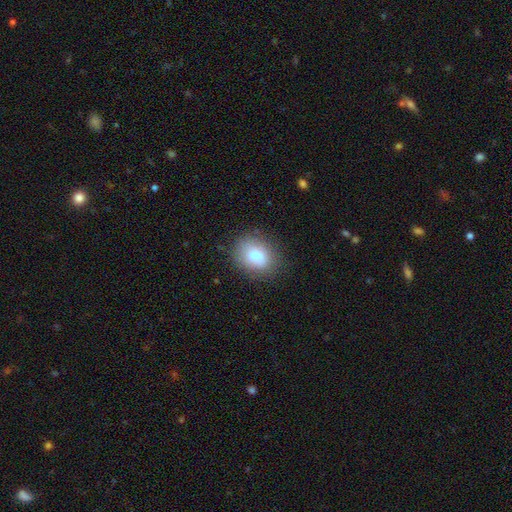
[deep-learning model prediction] A smooth galaxy with no disk features (80%) that is in between round and cigar-shaped (53%). Merging: none (74%).